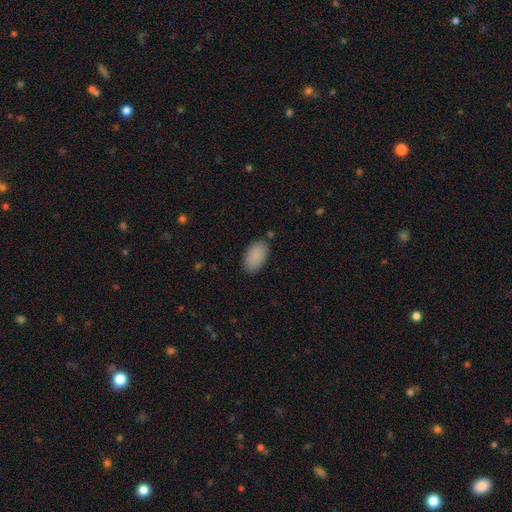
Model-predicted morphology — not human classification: This appears to be a smooth galaxy with no disk features (89%) that is in between round and cigar-shaped (94%). Merging: none (85%).